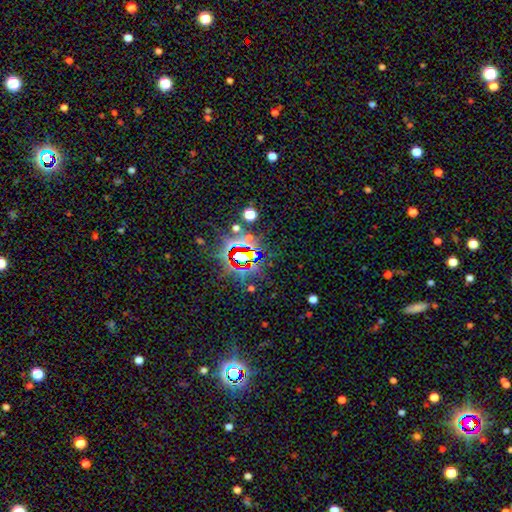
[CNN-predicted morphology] Overall: star or artifact (77%).